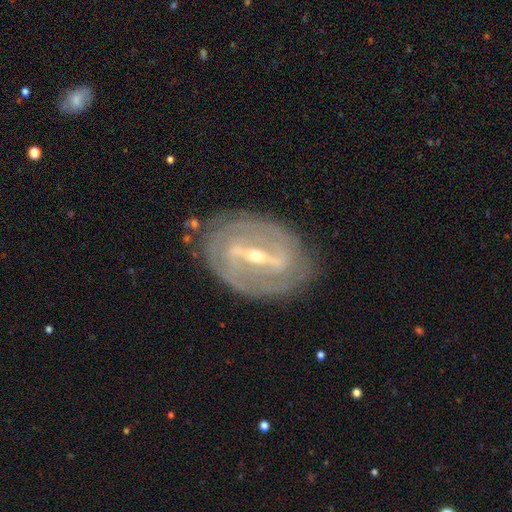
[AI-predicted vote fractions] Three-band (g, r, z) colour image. It shows a featured or disk galaxy (87%) with a strong bar (75%), 2 (54%) tight (62%) spiral arms (88%) and a small central bulge (60%). Merging: none (80%).